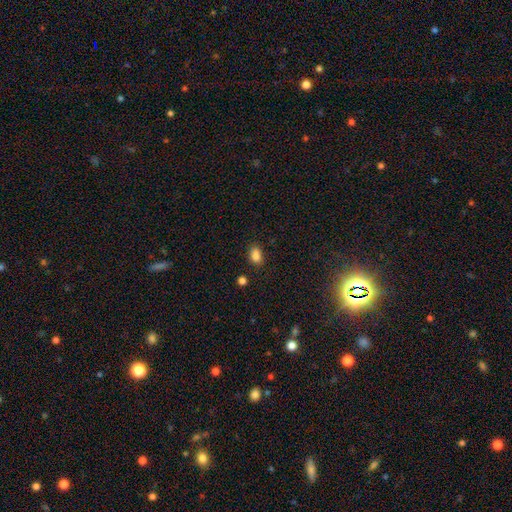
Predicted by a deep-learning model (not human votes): Overall: smooth (83%). How rounded: in between (78%). Merging: none (75%).